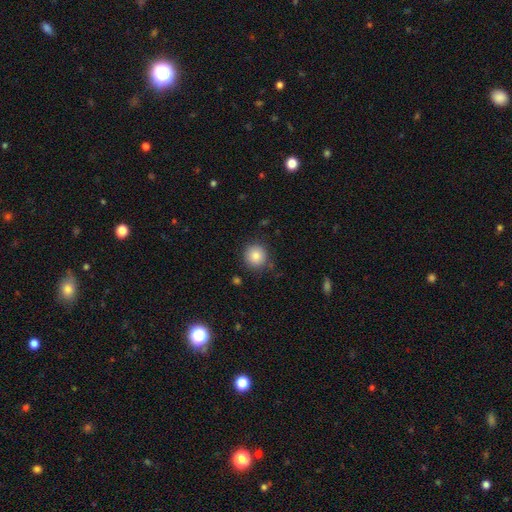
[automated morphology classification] smooth_or_featured: smooth (p=0.83) [alt: star or artifact p=0.10]
how_rounded: round (p=0.93) [alt: in between p=0.06]
merging: none (p=0.85) [alt: minor disturbance p=0.10]